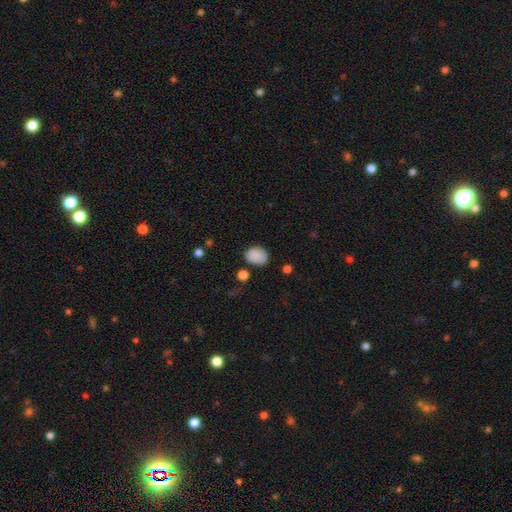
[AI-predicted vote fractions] Smooth or featured? Predicted: smooth (p=0.86). How rounded? Predicted: in between (p=0.66). Merging? Predicted: none (p=0.74).